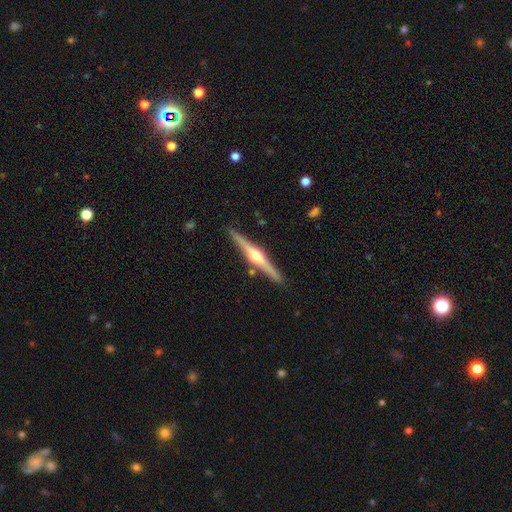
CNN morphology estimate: smooth-or-featured: featured or disk: 81% | smooth: 14% | star or artifact: 5%
  disk-edge-on: yes: 98% | no: 2%
    edge-on-bulge: rounded: 94% | boxy: 4% | none: 3%
  merging: none: 90% | minor disturbance: 7% | merger: 2% | major disturbance: 1%